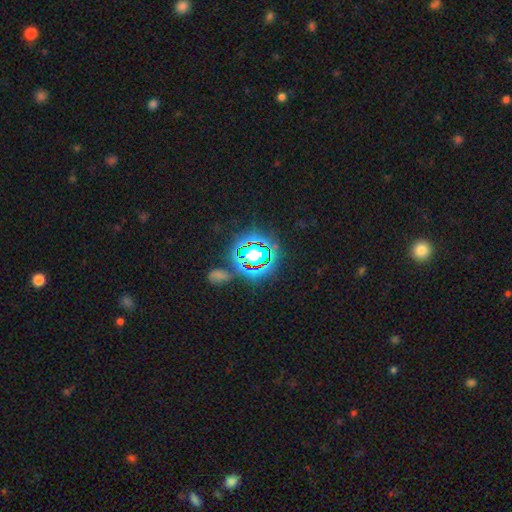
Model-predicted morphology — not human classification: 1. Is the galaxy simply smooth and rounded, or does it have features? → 78% star or artifact, 14% smooth, 9% featured or disk.